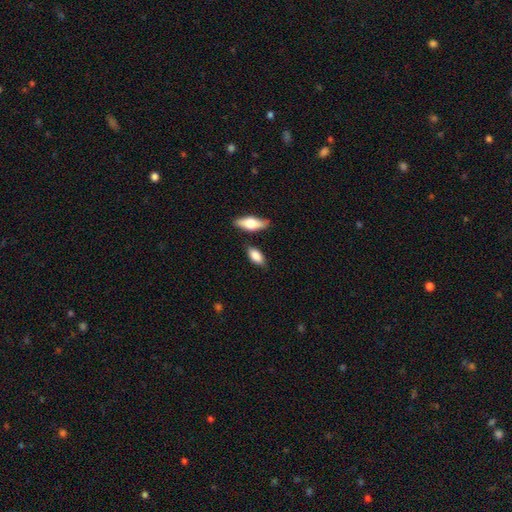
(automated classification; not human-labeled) Smooth or featured? Predicted: smooth (p=0.83). How rounded? Predicted: in between (p=0.85). Merging? Predicted: none (p=0.75).